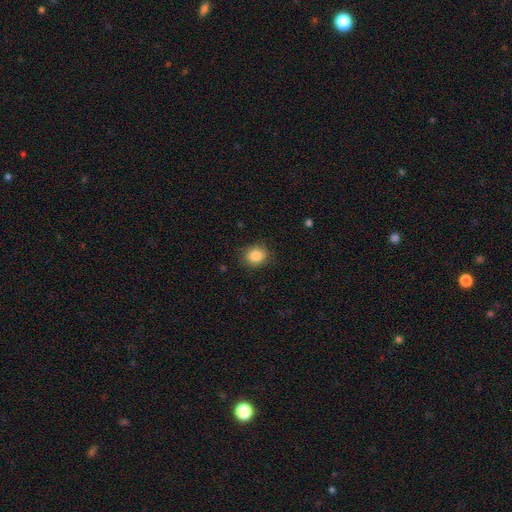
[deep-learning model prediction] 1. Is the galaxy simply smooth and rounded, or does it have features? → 85% smooth, 9% star or artifact, 5% featured or disk.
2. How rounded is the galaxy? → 75% round, 24% in between, 1% cigar-shaped.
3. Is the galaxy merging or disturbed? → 85% none, 11% minor disturbance, 3% major disturbance, 1% merger.